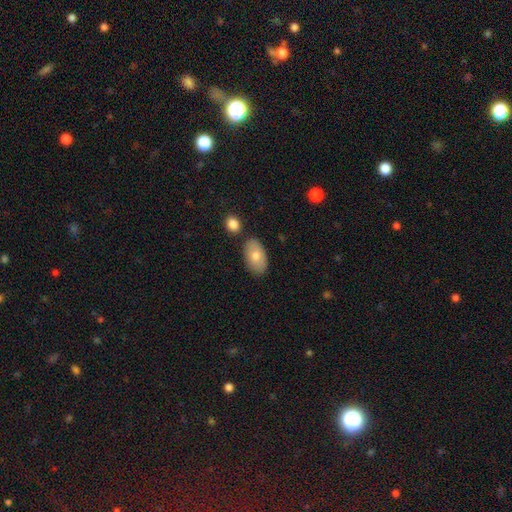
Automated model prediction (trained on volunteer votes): Smooth or featured? smooth (75%)
How rounded? in between (94%)
Merging? none (80%)